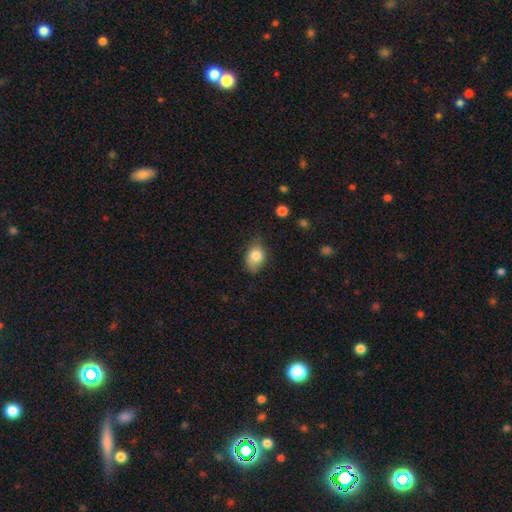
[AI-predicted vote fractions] smooth 81%, featured or disk 11%, star or artifact 8%. Down the decision tree: how rounded — in between (75%); merging — none (57%).